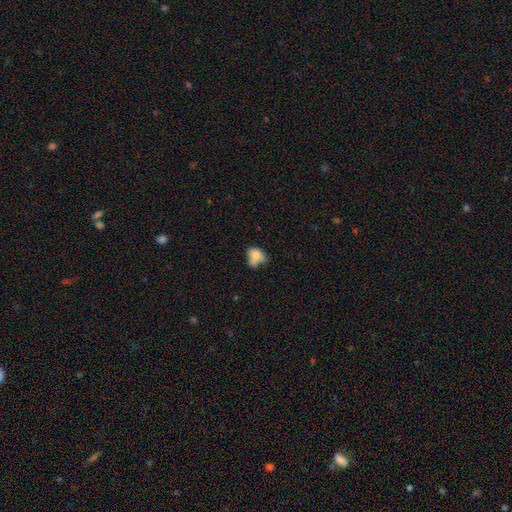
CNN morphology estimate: smooth-or-featured: smooth: 74% | featured or disk: 16% | star or artifact: 10%
  how-rounded: in between: 58% | round: 40% | cigar-shaped: 1%
  merging: none: 36% | minor disturbance: 32% | merger: 18% | major disturbance: 14%